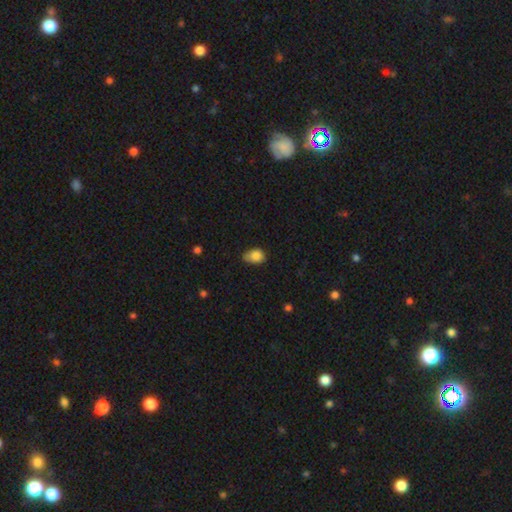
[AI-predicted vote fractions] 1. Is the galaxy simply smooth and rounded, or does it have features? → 84% smooth, 9% star or artifact, 6% featured or disk.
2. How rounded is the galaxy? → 72% in between, 27% round, 1% cigar-shaped.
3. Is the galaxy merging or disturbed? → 46% none, 42% minor disturbance, 9% major disturbance, 2% merger.